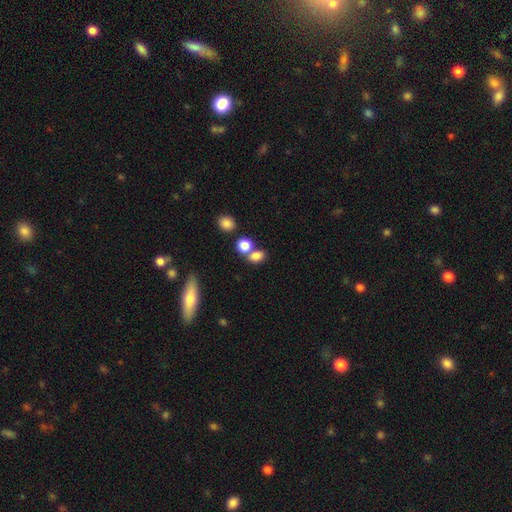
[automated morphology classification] Smooth or featured?
  - smooth: 81% *
  - star or artifact: 11%
  - featured or disk: 8%
How rounded?
  - in between: 61% *
  - round: 37%
  - cigar-shaped: 2%
Merging?
  - none: 47% *
  - merger: 38%
  - minor disturbance: 10%
  - major disturbance: 4%